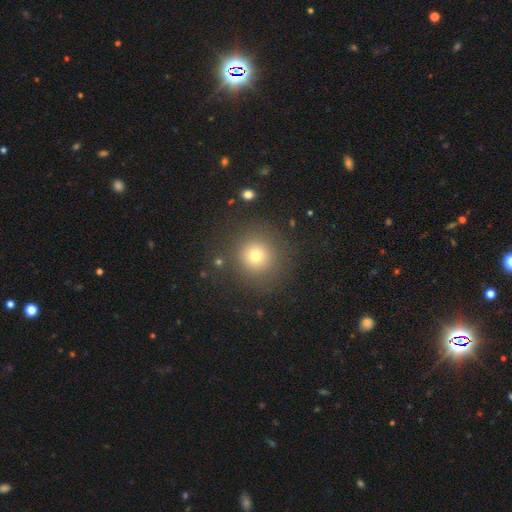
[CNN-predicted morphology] Smooth or featured? smooth (72%)
How rounded? round (93%)
Merging? none (85%)